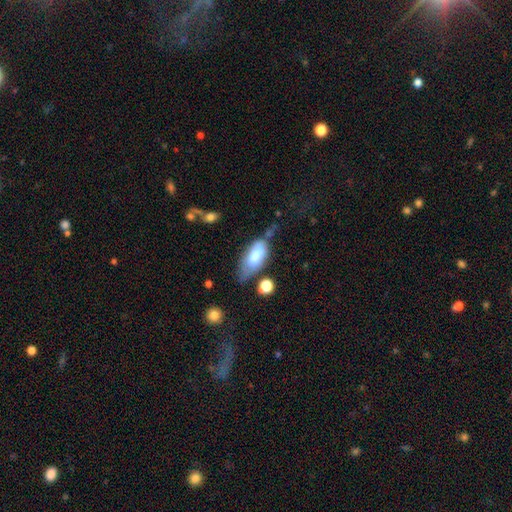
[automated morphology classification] smooth 70%, featured or disk 22%, star or artifact 7%. Down the decision tree: how rounded — in between (86%); merging — none (35%).